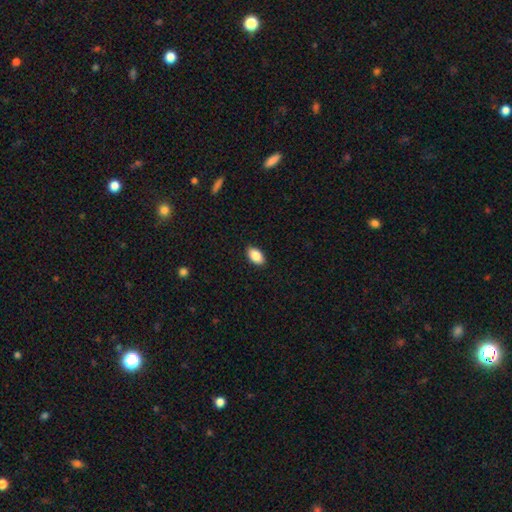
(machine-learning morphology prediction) Smooth or featured? smooth (87%)
How rounded? in between (93%)
Merging? none (89%)